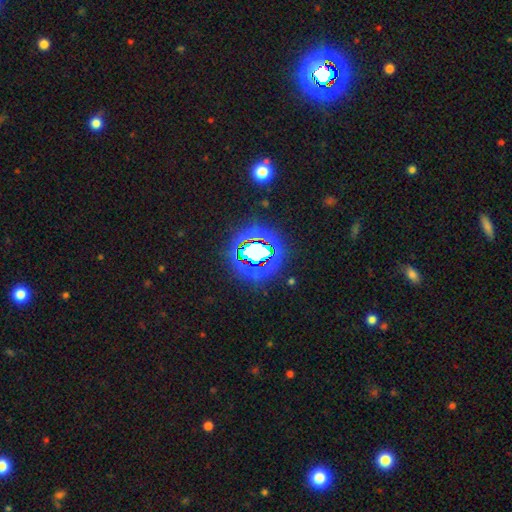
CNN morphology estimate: smooth-or-featured: star or artifact: 73% | smooth: 16% | featured or disk: 10%